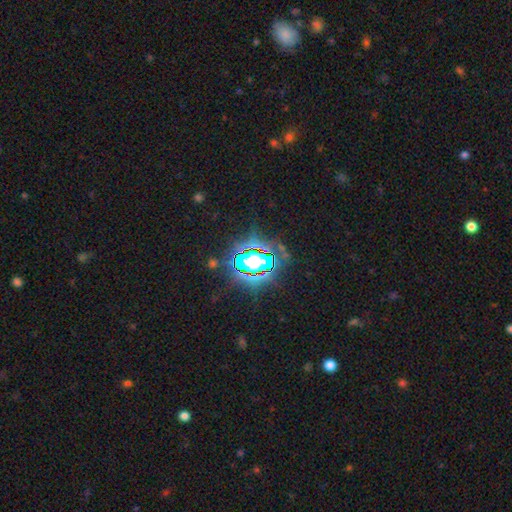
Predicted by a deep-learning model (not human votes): star or artifact 82%, smooth 11%, featured or disk 7%.